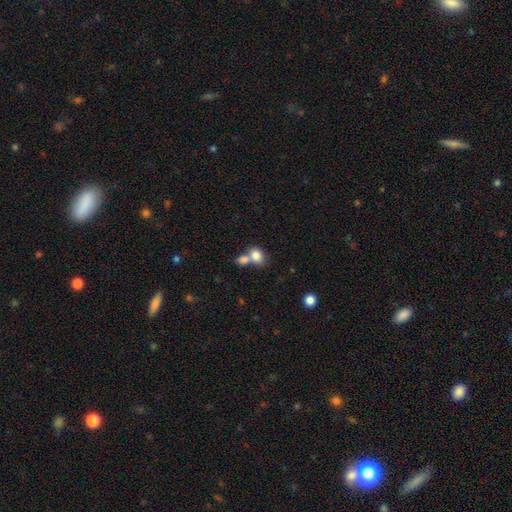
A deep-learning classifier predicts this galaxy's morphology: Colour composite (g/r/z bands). It shows a smooth galaxy with no disk features (80%) that is in between round and cigar-shaped (62%). Merging: merger (57%).